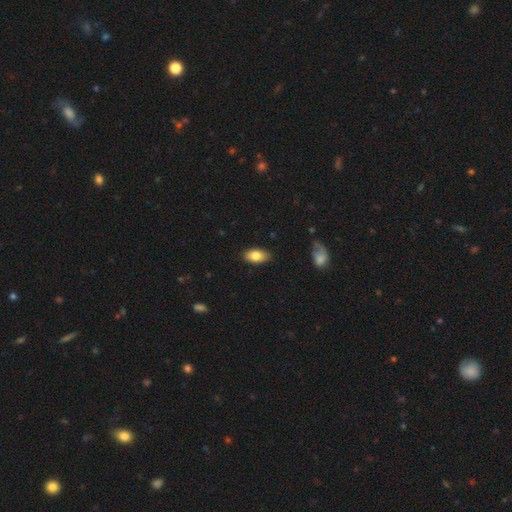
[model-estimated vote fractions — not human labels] smooth 82%, featured or disk 11%, star or artifact 7%. Down the decision tree: how rounded — in between (92%); merging — none (86%).